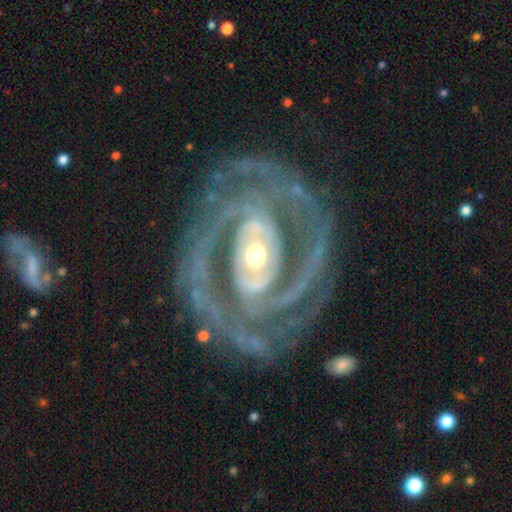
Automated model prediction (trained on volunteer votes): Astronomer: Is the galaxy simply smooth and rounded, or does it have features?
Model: featured or disk — 93%.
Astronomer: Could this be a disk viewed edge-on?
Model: no — 97%.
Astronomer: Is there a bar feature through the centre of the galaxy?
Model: no — 44% (runner-up: strong, 29%).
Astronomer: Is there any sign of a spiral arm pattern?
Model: yes — 97%.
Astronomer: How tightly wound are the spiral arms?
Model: tight — 67%.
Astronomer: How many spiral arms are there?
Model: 2 — 49%.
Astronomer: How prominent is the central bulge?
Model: moderate — 61%.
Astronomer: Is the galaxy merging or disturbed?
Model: none — 77%.